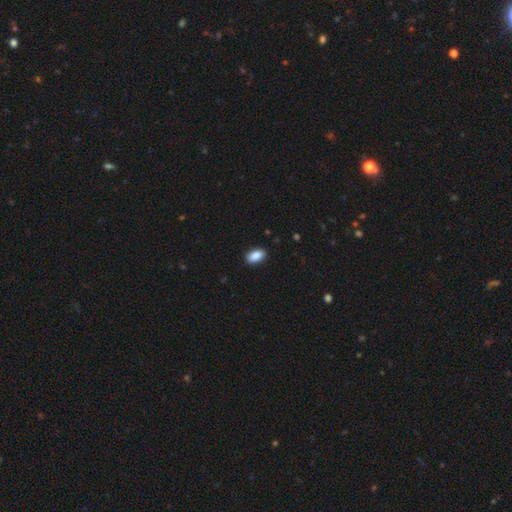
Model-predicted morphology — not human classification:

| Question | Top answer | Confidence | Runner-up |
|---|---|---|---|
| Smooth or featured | smooth | 89% | star or artifact (7%) |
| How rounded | in between | 93% | round (4%) |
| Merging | none | 89% | minor disturbance (8%) |